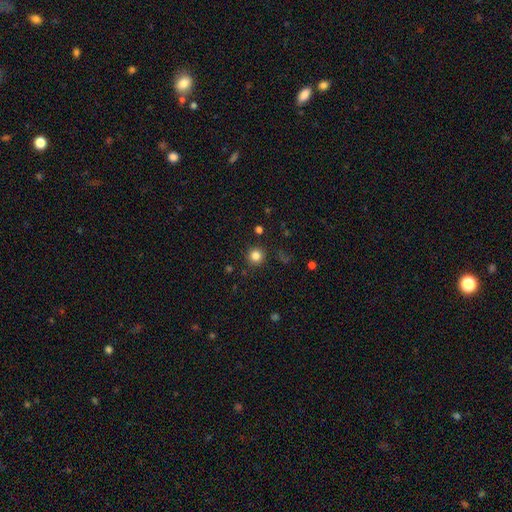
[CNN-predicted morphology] This appears to be a smooth galaxy with no disk features (82%) that is round (94%). Merging: none (90%).